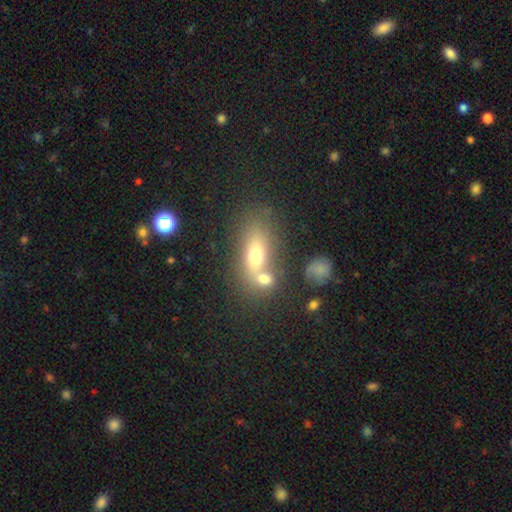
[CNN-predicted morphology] smooth 63%, featured or disk 24%, star or artifact 13%. Down the decision tree: how rounded — in between (71%); merging — merger (44%).